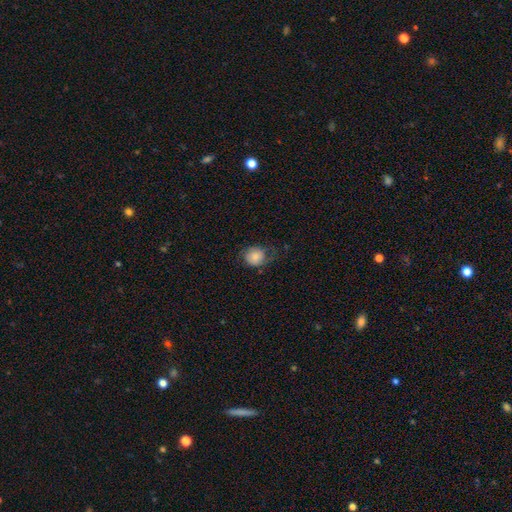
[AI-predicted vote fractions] Smooth or featured?
  - smooth: 76% *
  - featured or disk: 15%
  - star or artifact: 9%
How rounded?
  - round: 76% *
  - in between: 23%
  - cigar-shaped: 1%
Merging?
  - none: 56% *
  - minor disturbance: 28%
  - major disturbance: 15%
  - merger: 1%